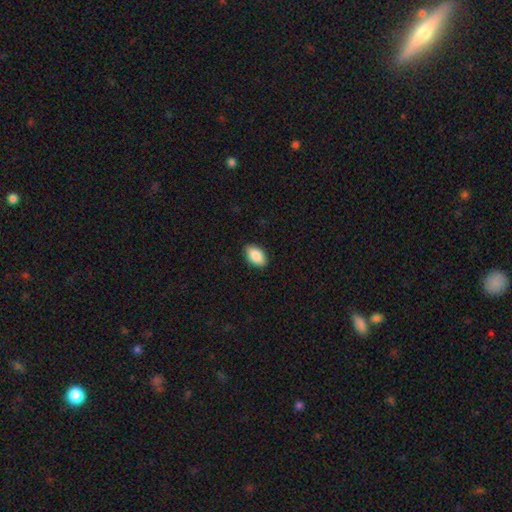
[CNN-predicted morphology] smooth 87%, star or artifact 7%, featured or disk 6%. Down the decision tree: how rounded — in between (93%); merging — none (88%).